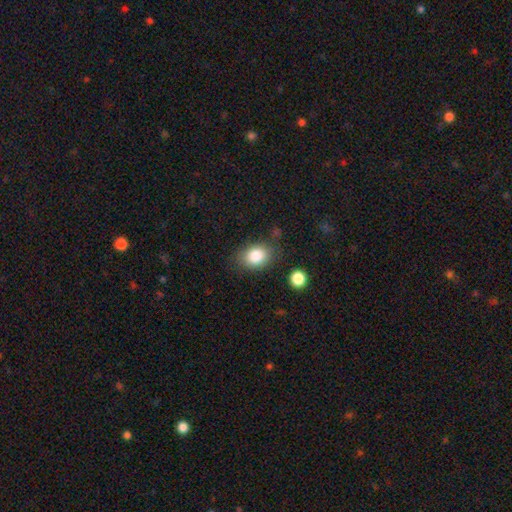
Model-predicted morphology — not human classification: Smooth or featured? smooth (84%)
How rounded? in between (61%)
Merging? none (76%)